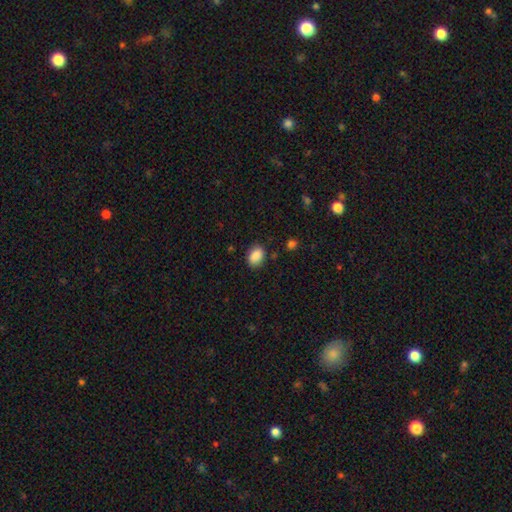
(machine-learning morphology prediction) This appears to be a smooth galaxy with no disk features (88%) that is in between round and cigar-shaped (74%). Merging: none (84%).